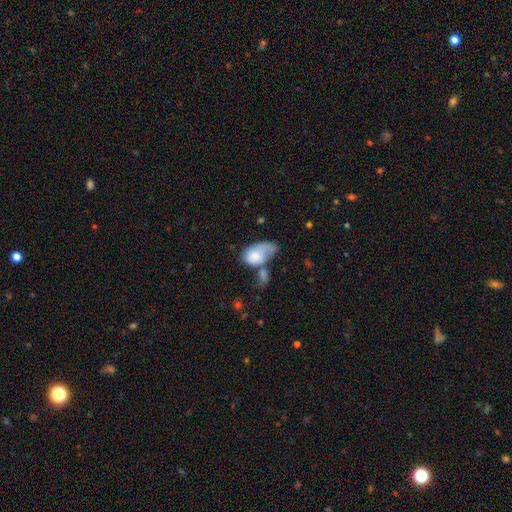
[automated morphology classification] Q: Smooth or featured?
A: smooth (72%); runner-up: featured or disk (21%)
Q: How rounded?
A: in between (89%); runner-up: round (9%)
Q: Merging?
A: merger (36%); runner-up: major disturbance (29%)